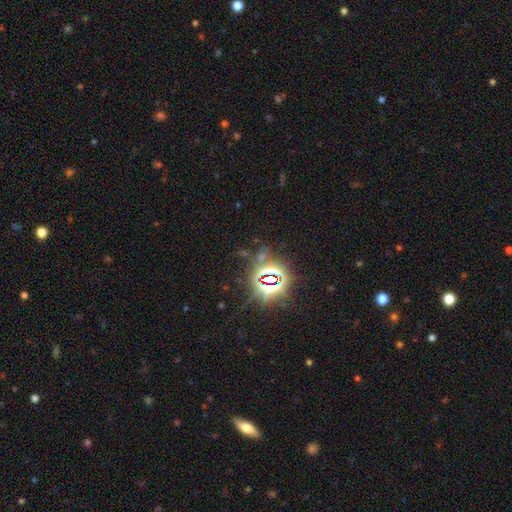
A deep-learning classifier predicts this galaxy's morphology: smooth-or-featured: star or artifact: 83% | smooth: 10% | featured or disk: 8%